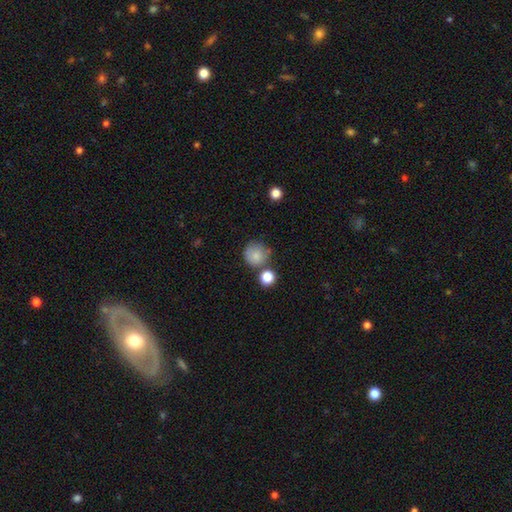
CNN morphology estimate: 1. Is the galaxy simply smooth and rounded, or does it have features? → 82% smooth, 10% star or artifact, 8% featured or disk.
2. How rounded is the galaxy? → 90% round, 9% in between, 1% cigar-shaped.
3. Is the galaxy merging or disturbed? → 64% none, 16% minor disturbance, 15% merger, 5% major disturbance.